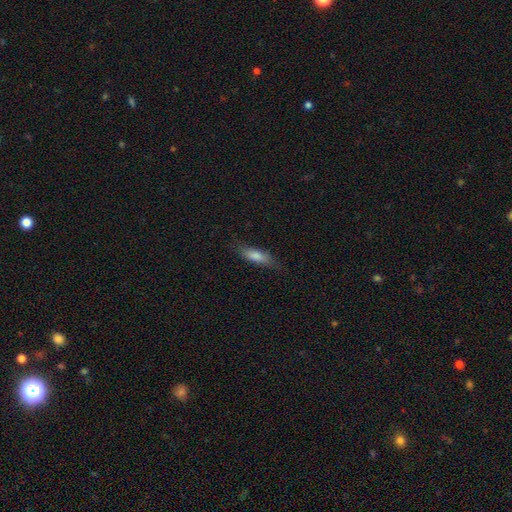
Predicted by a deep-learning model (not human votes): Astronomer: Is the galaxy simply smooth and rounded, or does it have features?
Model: smooth — 73%.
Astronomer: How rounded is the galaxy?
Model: cigar-shaped — 53% (runner-up: in between, 45%).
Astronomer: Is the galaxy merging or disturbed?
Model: none — 74%.